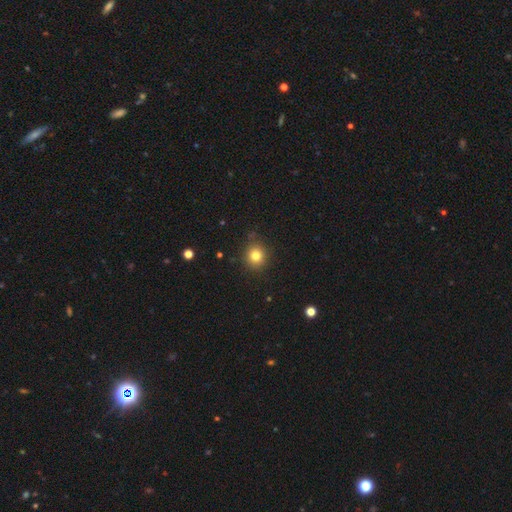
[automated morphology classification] A smooth galaxy with no disk features (81%) that is round (85%). Merging: none (86%).